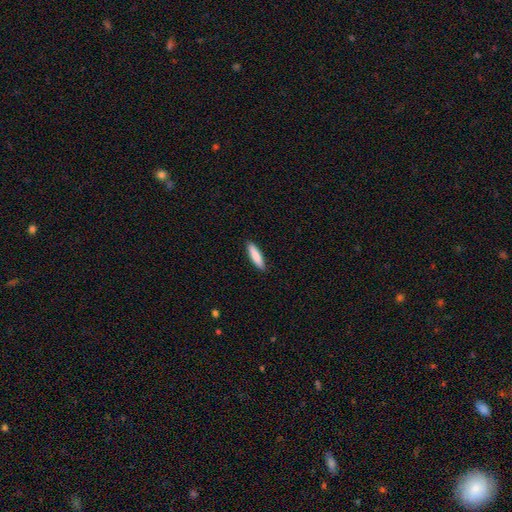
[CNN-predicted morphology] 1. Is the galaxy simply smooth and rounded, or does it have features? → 86% smooth, 9% featured or disk, 5% star or artifact.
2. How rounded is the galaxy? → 71% cigar-shaped, 28% in between, 1% round.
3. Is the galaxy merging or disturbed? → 90% none, 8% minor disturbance, 2% major disturbance, 1% merger.